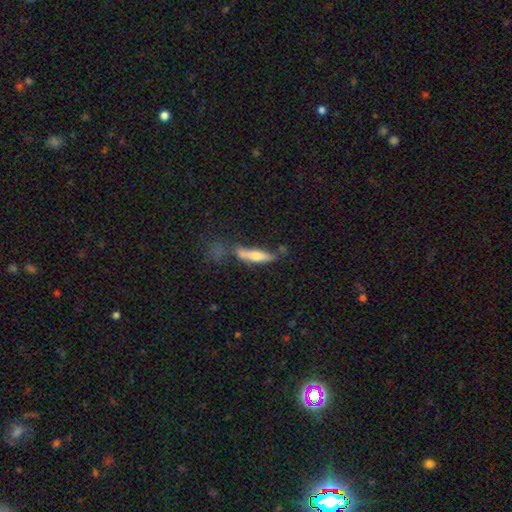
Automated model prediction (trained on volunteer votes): A smooth galaxy with no disk features (54%) that is cigar-shaped (77%). Merging: none (50%).